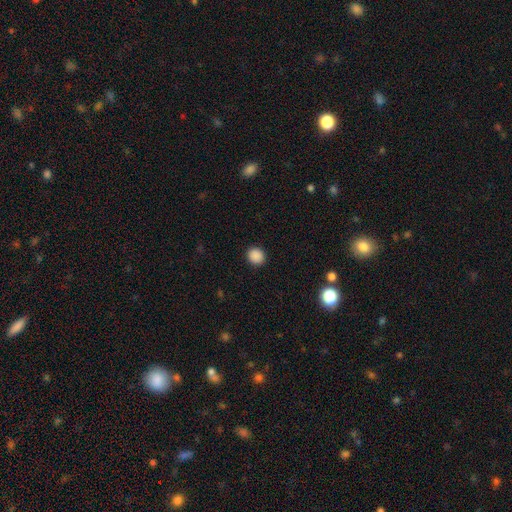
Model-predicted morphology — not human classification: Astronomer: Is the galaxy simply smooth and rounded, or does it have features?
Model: smooth — 88%.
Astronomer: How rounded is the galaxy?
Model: round — 84%.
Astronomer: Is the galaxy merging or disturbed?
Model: none — 92%.